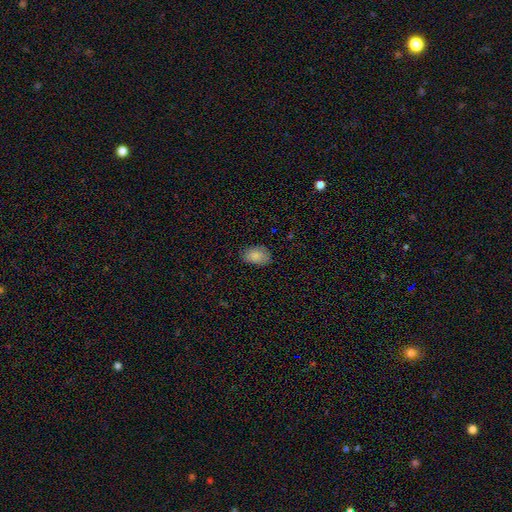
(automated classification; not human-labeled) Smooth or featured? Predicted: smooth (p=0.87). How rounded? Predicted: in between (p=0.88). Merging? Predicted: none (p=0.80).